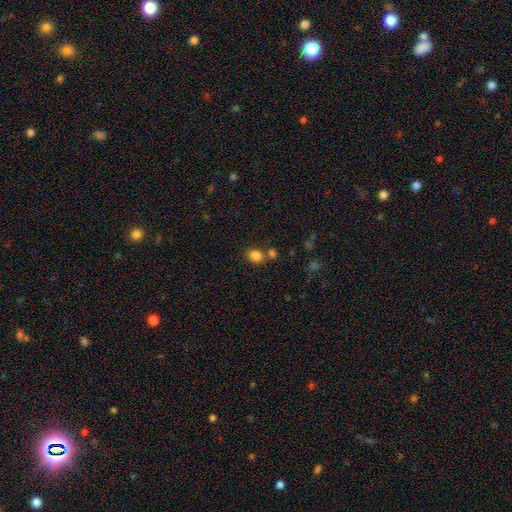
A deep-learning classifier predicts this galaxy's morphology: smooth 84%, star or artifact 12%, featured or disk 5%. Down the decision tree: how rounded — round (63%); merging — none (68%).